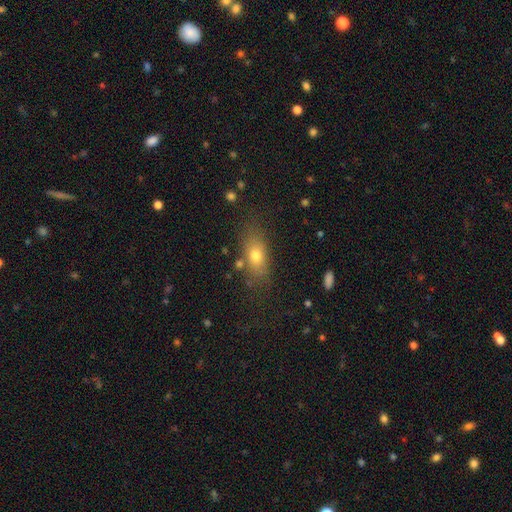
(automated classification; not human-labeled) Smooth or featured: smooth — 71% (featured or disk — 18%)
How rounded: in between — 73% (cigar-shaped — 16%)
Merging: none — 72% (minor disturbance — 17%)